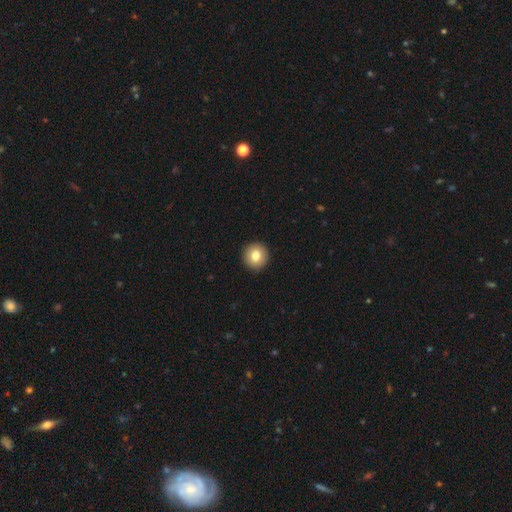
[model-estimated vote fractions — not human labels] Morphology: type=smooth (81%); roundness=round (94%); merging=none (93%).